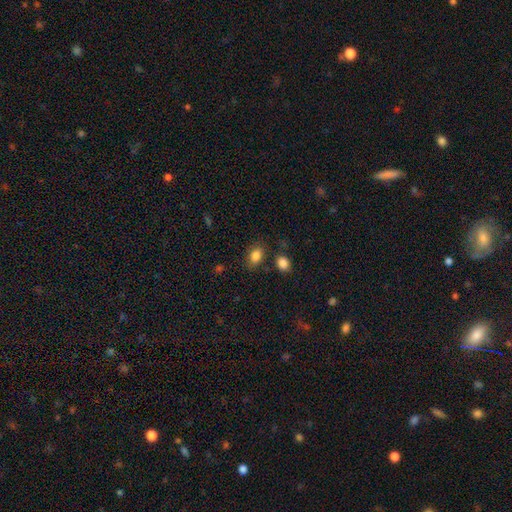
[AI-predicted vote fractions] A smooth galaxy with no disk features (85%) that is in between round and cigar-shaped (77%).

Vote fractions:
- Smooth or featured? smooth: 85% / star or artifact: 9% / featured or disk: 6%
- How rounded? in between: 77% / round: 22% / cigar-shaped: 1%
- Merging? none: 76% / minor disturbance: 14% / merger: 6% / major disturbance: 4%